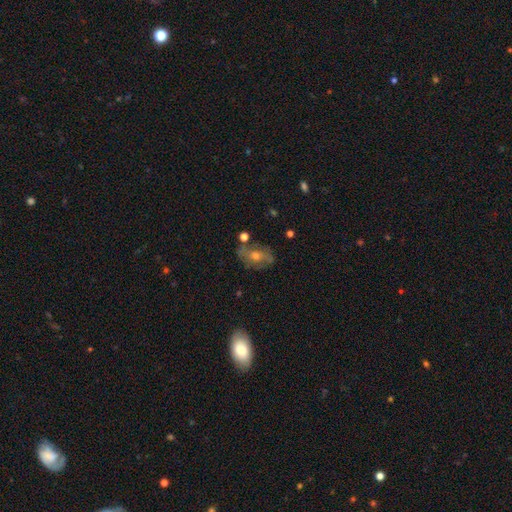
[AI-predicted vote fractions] The model was most divided on "spiral arms": yes: 53%, no: 47%. More confident: edge-on disk — no (91%); merging — none (67%); bulge size — moderate (62%); bar — no (62%); smooth or featured — featured or disk (56%).